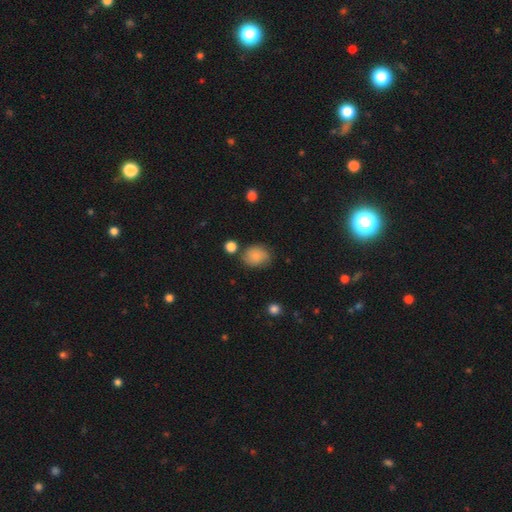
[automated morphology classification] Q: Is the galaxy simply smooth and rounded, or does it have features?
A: smooth — 81%.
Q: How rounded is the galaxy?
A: round — 54%.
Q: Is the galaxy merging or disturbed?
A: none — 67%.